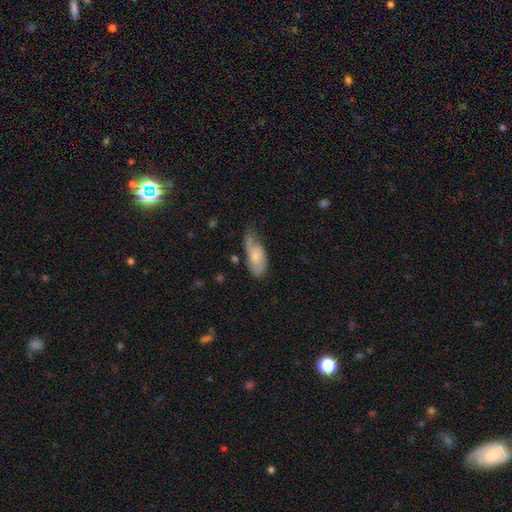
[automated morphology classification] type=smooth (62%); roundness=in between (86%); merging=none (41%).